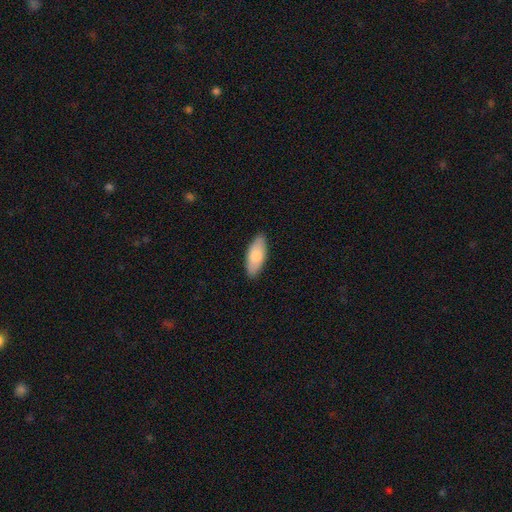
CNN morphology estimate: smooth-or-featured: smooth: 76% | featured or disk: 19% | star or artifact: 5%
  how-rounded: in between: 83% | cigar-shaped: 15% | round: 2%
  merging: none: 88% | minor disturbance: 10% | major disturbance: 2% | merger: 1%